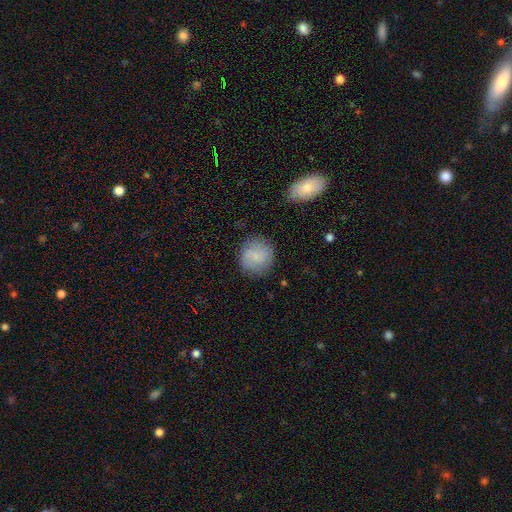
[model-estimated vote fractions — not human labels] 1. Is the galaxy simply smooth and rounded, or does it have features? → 70% smooth, 22% featured or disk, 8% star or artifact.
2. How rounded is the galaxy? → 90% round, 9% in between, 1% cigar-shaped.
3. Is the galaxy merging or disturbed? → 83% none, 12% minor disturbance, 4% major disturbance, 2% merger.